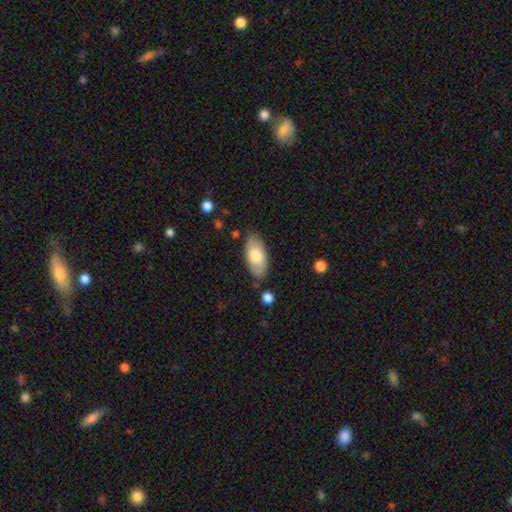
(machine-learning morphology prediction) type=smooth (74%); roundness=in between (92%); merging=none (81%).